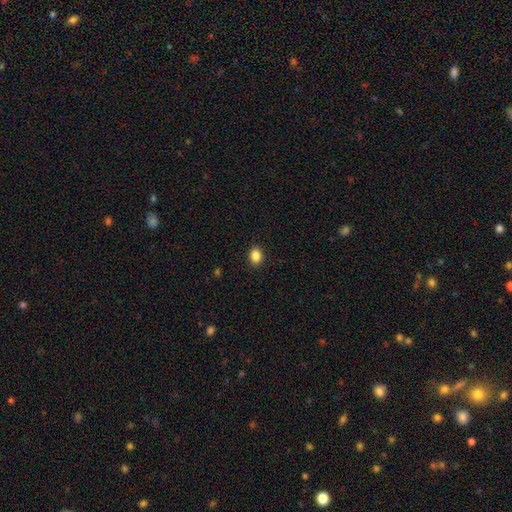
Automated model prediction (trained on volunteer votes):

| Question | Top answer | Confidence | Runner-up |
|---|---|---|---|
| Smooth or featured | smooth | 87% | star or artifact (10%) |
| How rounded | in between | 60% | round (39%) |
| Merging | none | 90% | minor disturbance (7%) |